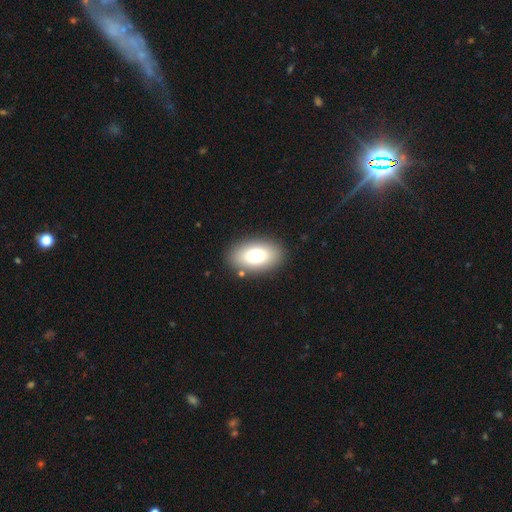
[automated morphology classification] Smooth or featured? smooth (77%)
How rounded? in between (91%)
Merging? none (87%)